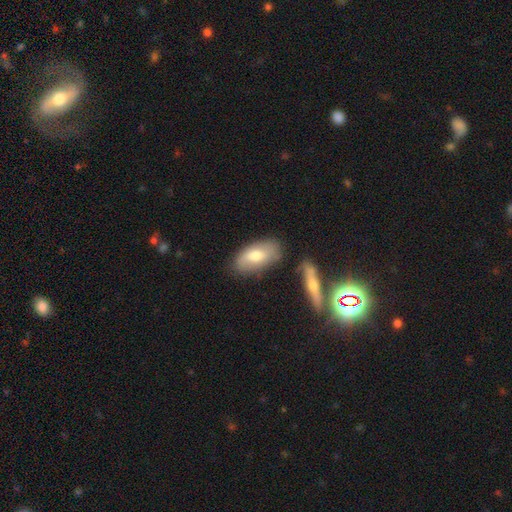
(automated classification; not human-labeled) This appears to be a smooth galaxy with no disk features (67%) that is in between round and cigar-shaped (89%). Merging: none (72%).